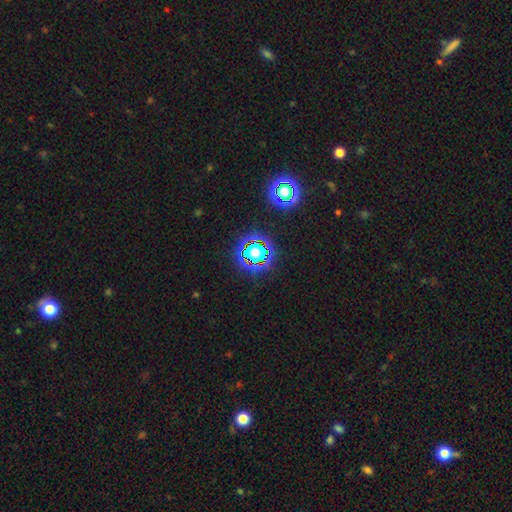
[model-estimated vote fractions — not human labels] Q: Smooth or featured?
A: star or artifact (80%); runner-up: smooth (13%)